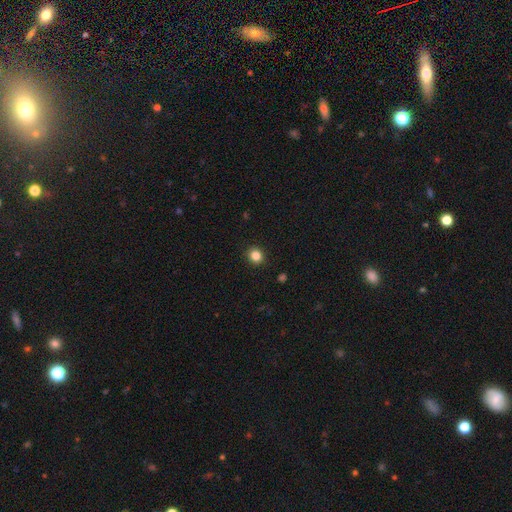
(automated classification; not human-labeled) Smooth or featured? Predicted: smooth (p=0.84). How rounded? Predicted: round (p=0.87). Merging? Predicted: none (p=0.92).